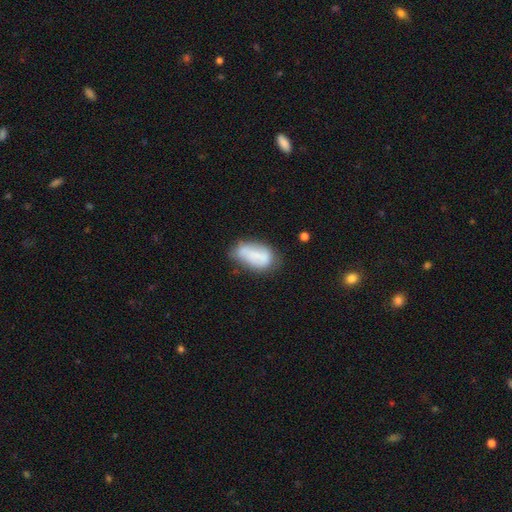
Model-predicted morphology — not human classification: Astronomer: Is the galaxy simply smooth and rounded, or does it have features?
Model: smooth — 65%.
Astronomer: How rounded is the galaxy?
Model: in between — 90%.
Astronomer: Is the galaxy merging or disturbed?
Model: none — 46% (runner-up: minor disturbance, 32%).